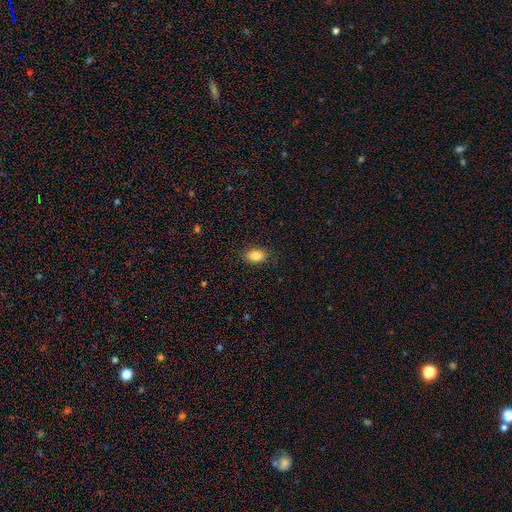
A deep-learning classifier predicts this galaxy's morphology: The model was most divided on "merging": none: 85%, minor disturbance: 11%, major disturbance: 3%, merger: 1%. More confident: how rounded — in between (88%); smooth or featured — smooth (87%).